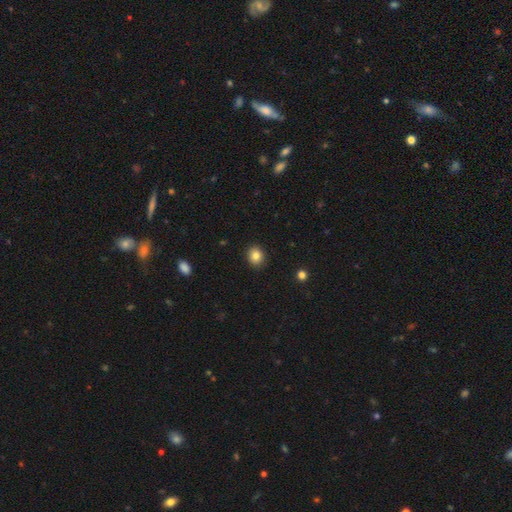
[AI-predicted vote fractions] Morphology: type=smooth (83%); roundness=round (73%); merging=none (91%).